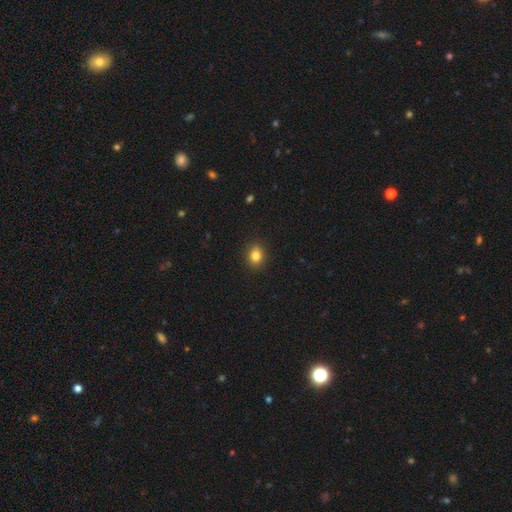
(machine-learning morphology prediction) A smooth galaxy with no disk features (83%) that is round (57%). Merging: none (89%).